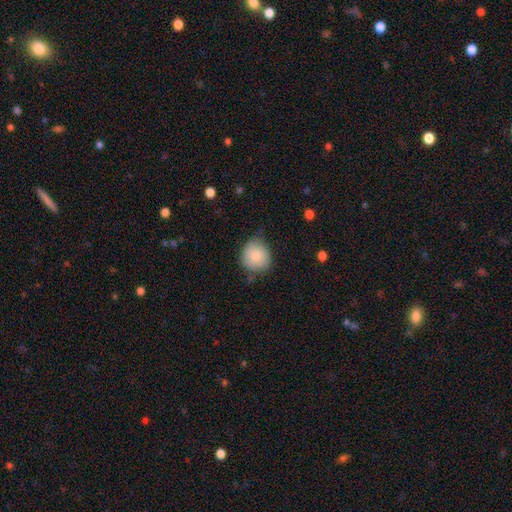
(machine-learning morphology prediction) A smooth galaxy with no disk features (81%) that is round (85%).

Vote fractions:
- Smooth or featured? smooth: 81% / featured or disk: 11% / star or artifact: 8%
- How rounded? round: 85% / in between: 14% / cigar-shaped: 1%
- Merging? none: 65% / minor disturbance: 28% / major disturbance: 5% / merger: 2%